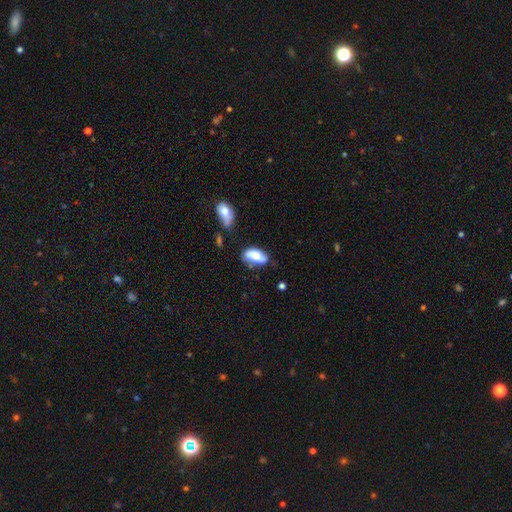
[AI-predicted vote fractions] Q: Smooth or featured?
A: smooth (59%); runner-up: featured or disk (34%)
Q: How rounded?
A: in between (91%); runner-up: cigar-shaped (6%)
Q: Merging?
A: none (55%); runner-up: minor disturbance (28%)